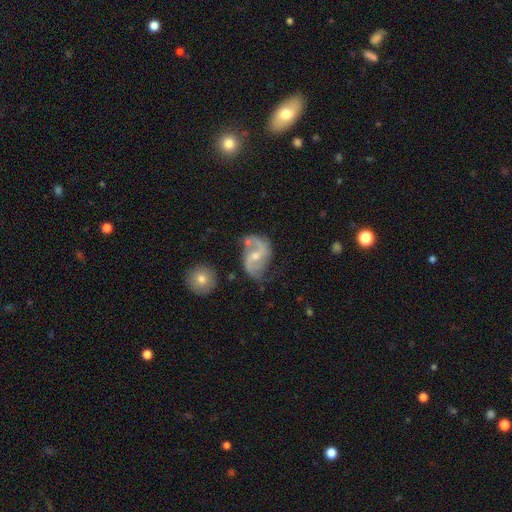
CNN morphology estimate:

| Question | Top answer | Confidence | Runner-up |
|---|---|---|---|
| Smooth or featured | featured or disk | 87% | smooth (8%) |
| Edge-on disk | no | 97% | yes (3%) |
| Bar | weak | 47% | no (32%) |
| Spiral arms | yes | 95% | no (5%) |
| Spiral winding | loose | 53% | medium (38%) |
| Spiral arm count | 2 | 91% | can't tell (3%) |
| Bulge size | moderate | 53% | small (42%) |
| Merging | none | 60% | minor disturbance (23%) |